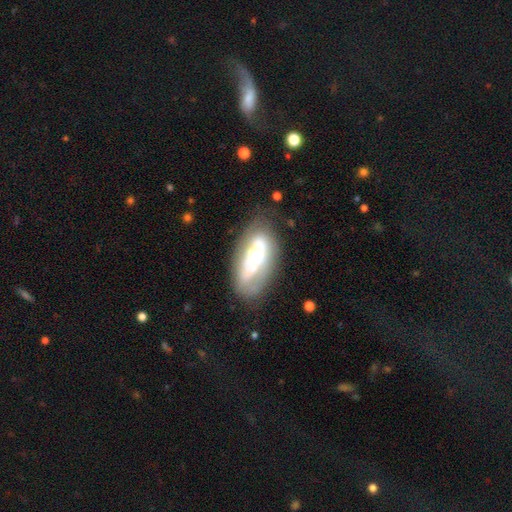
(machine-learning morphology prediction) Overall: featured or disk (57%; smooth 35%). Edge-on disk: no (90%). Bar: no (80%). Spiral arms: no (65%; yes 35%). Bulge size: moderate (43%; small 40%). Merging: none (50%; minor disturbance 24%).